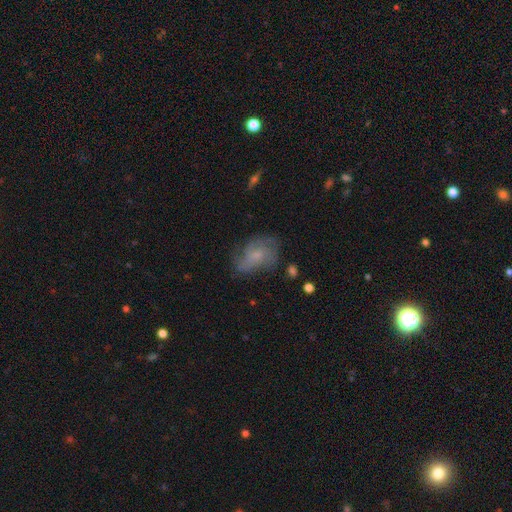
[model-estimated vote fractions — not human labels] Morphology: type=featured or disk (52%); edge-on=no (96%); bar=no (73%); spiral arms=yes (73%); bulge=small (60%); merging=none (54%).